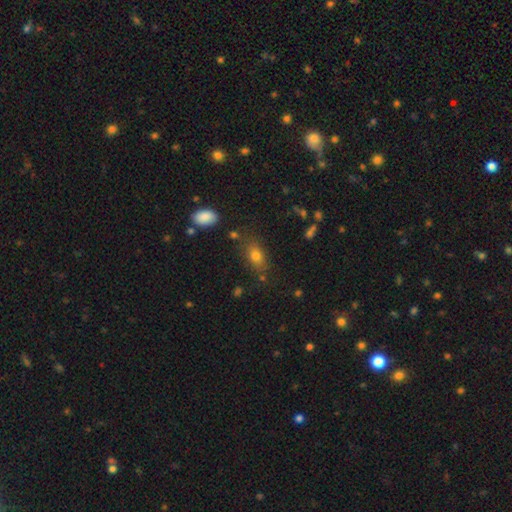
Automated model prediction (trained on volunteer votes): Q: Smooth or featured?
A: smooth (76%); runner-up: star or artifact (12%)
Q: How rounded?
A: in between (80%); runner-up: round (14%)
Q: Merging?
A: none (75%); runner-up: minor disturbance (15%)